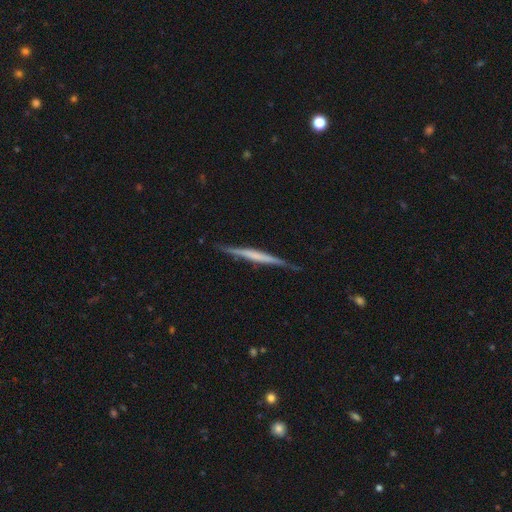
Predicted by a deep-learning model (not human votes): This is likely a featured or disk galaxy (65%). It is clearly viewed edge-on (97%). Edge-on bulge: possibly none (59%). Merging: clearly none (84%).